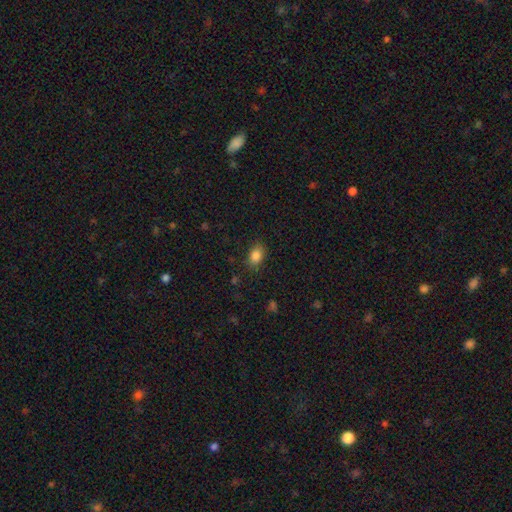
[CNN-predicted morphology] Smooth or featured: smooth — 85% (star or artifact — 10%)
How rounded: in between — 78% (round — 21%)
Merging: none — 82% (minor disturbance — 13%)